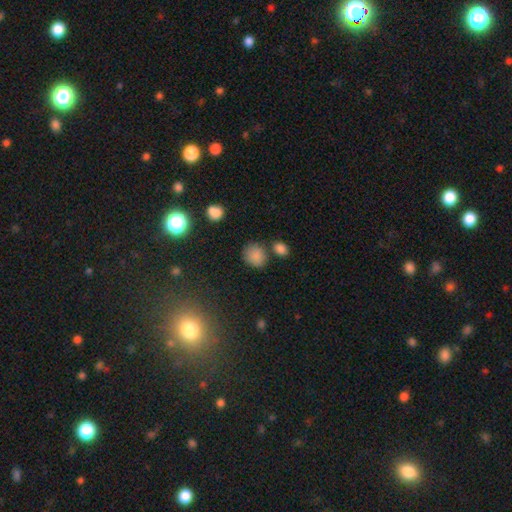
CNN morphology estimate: type=smooth (84%); roundness=round (71%); merging=none (70%).